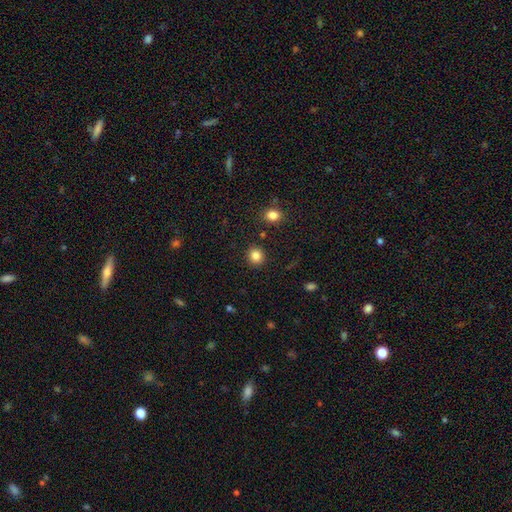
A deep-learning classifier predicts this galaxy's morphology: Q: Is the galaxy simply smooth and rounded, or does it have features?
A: smooth — 84%.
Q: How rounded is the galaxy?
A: round — 89%.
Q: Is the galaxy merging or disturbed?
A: none — 90%.